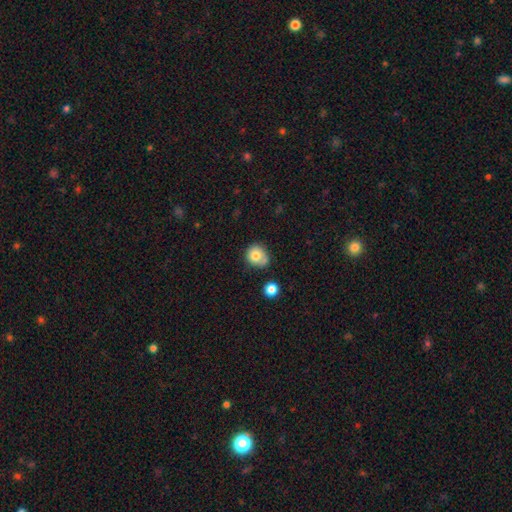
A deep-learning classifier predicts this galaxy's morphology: Overall: smooth (78%). How rounded: round (79%). Merging: none (57%; minor disturbance 24%).